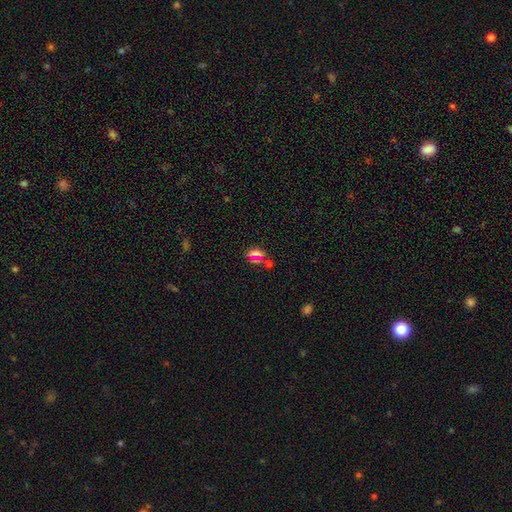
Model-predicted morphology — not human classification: Smooth or featured? Predicted: smooth (p=0.51). How rounded? Predicted: in between (p=0.56). Merging? Predicted: none (p=0.66).